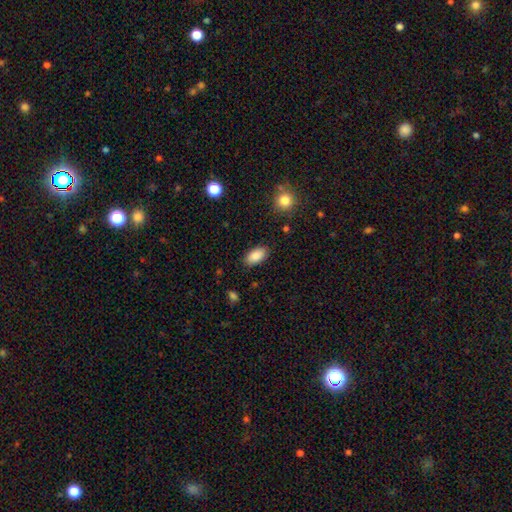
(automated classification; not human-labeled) The model was most divided on "merging": none: 86%, minor disturbance: 10%, major disturbance: 3%, merger: 1%. More confident: how rounded — in between (94%); smooth or featured — smooth (88%).